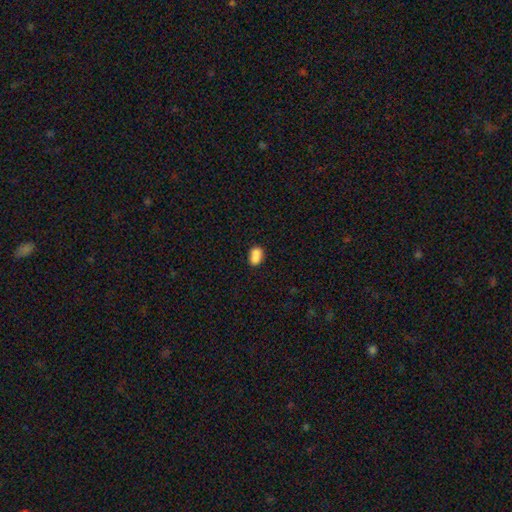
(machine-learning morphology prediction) A smooth galaxy with no disk features (80%) that is in between round and cigar-shaped (74%). Merging: none (47%).